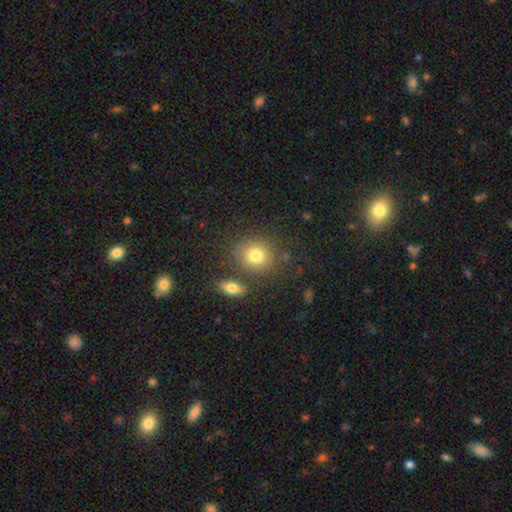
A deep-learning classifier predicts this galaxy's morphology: type=smooth (78%); roundness=round (74%); merging=none (77%).